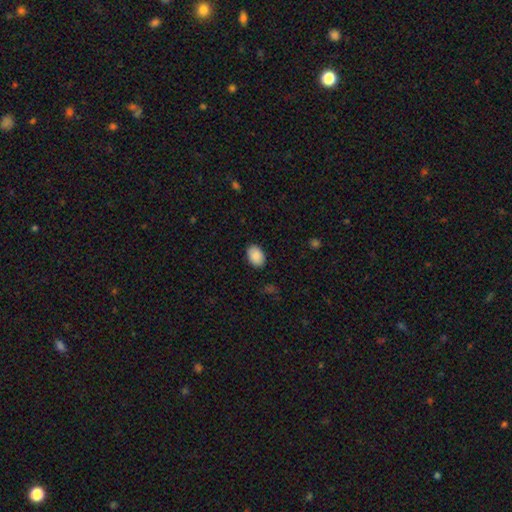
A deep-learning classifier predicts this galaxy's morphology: smooth 89%, star or artifact 7%, featured or disk 4%. Down the decision tree: how rounded — in between (84%); merging — none (88%).